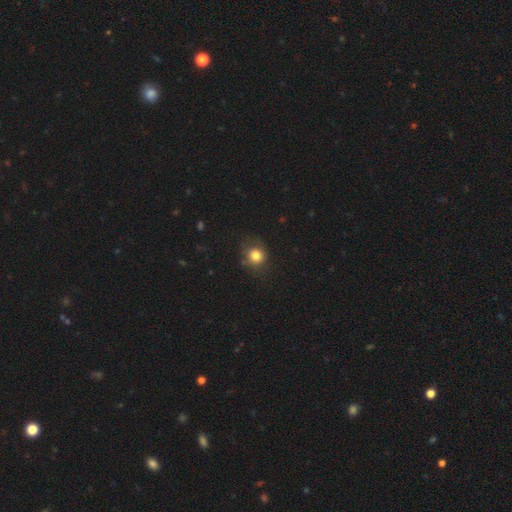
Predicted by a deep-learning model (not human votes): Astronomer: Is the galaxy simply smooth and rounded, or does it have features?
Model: smooth — 82%.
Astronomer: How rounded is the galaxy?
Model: round — 83%.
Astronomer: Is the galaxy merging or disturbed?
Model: none — 74%.